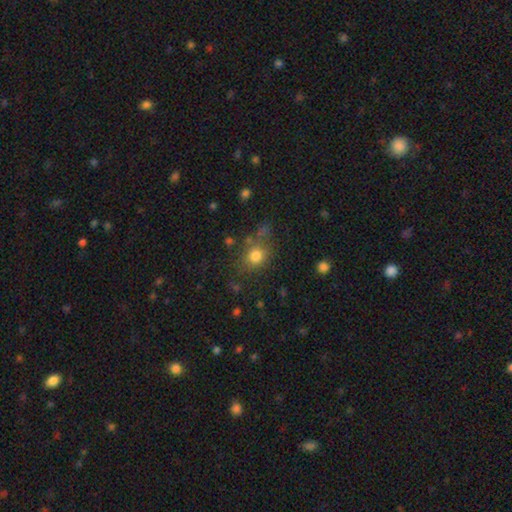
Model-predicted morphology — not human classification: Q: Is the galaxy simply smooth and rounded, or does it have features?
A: smooth — 78%.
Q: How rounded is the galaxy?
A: round — 65%.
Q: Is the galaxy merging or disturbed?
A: none — 67%.